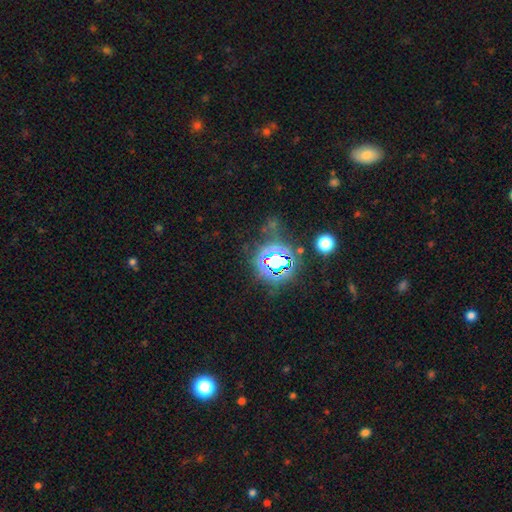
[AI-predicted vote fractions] A star or artifact, not a galaxy (77%).

Vote fractions:
- Smooth or featured? star or artifact: 77% / smooth: 14% / featured or disk: 8%